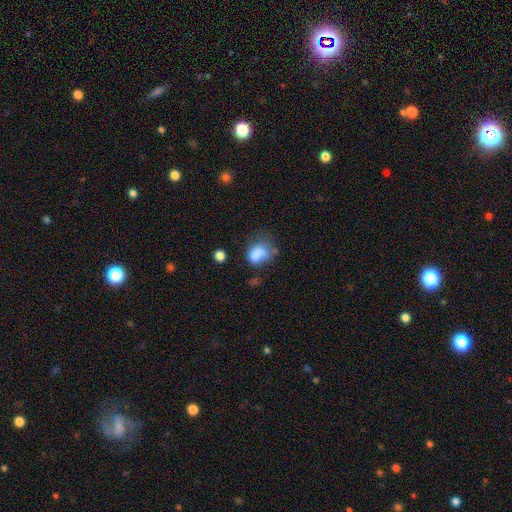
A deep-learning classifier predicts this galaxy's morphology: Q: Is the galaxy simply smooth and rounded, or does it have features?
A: smooth — 75%.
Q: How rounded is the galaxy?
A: in between — 64%.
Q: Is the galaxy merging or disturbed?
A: none — 30%, tied with major disturbance.